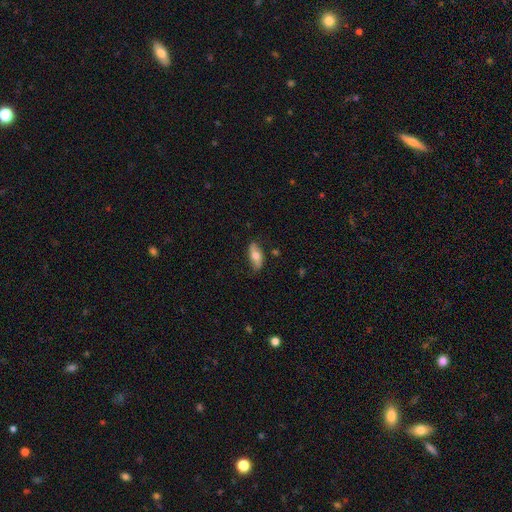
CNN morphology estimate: This is likely a smooth galaxy (62%). How rounded: likely in between (80%). Merging: likely none (76%).